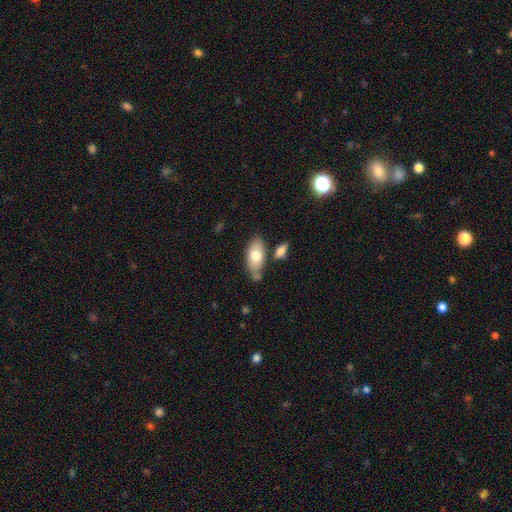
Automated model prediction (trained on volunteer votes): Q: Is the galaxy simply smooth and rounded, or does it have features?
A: smooth — 73%.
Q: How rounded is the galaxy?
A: in between — 90%.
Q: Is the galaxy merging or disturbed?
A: none — 64%.